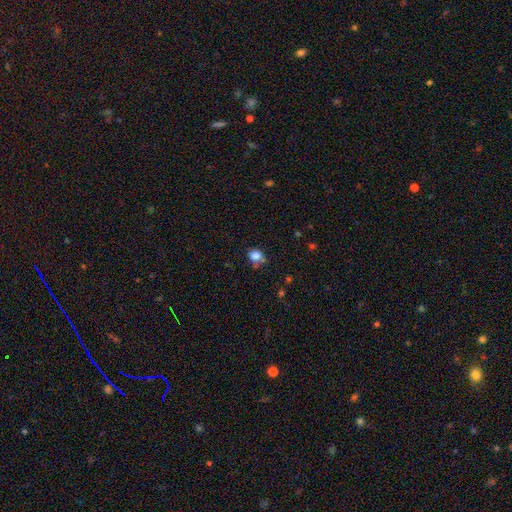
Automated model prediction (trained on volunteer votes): smooth 81%, star or artifact 12%, featured or disk 7%. Down the decision tree: how rounded — round (68%); merging — none (59%).